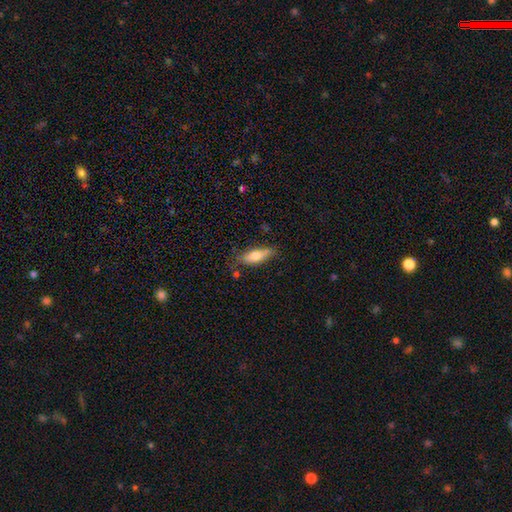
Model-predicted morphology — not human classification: Smooth or featured? Predicted: smooth (p=0.67). How rounded? Predicted: in between (p=0.61). Merging? Predicted: none (p=0.71).